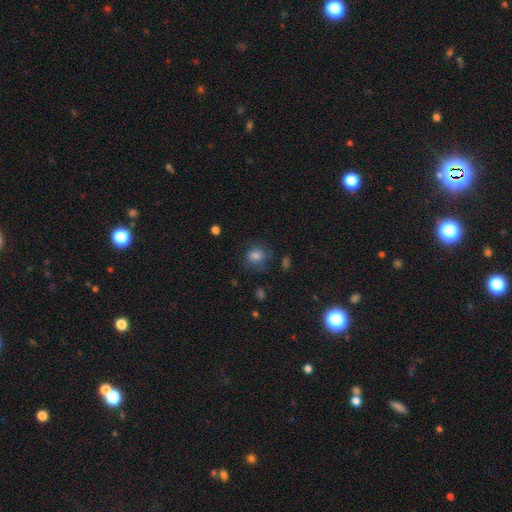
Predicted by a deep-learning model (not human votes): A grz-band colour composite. It shows a smooth galaxy with no disk features (78%) that is round (68%). Merging: none (66%).